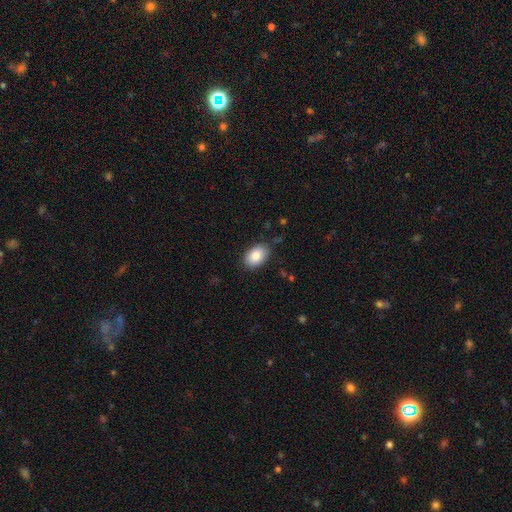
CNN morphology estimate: Q: Smooth or featured?
A: smooth (86%); runner-up: featured or disk (7%)
Q: How rounded?
A: in between (89%); runner-up: round (10%)
Q: Merging?
A: none (84%); runner-up: minor disturbance (12%)